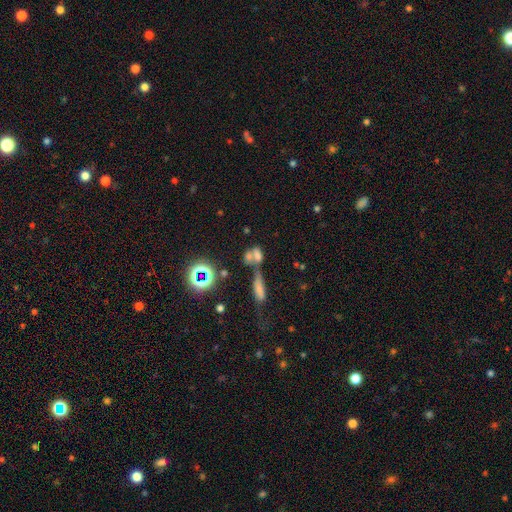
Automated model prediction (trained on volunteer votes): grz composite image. It shows a smooth galaxy with no disk features (56%) that is in between round and cigar-shaped (67%). Merging: merger (58%).